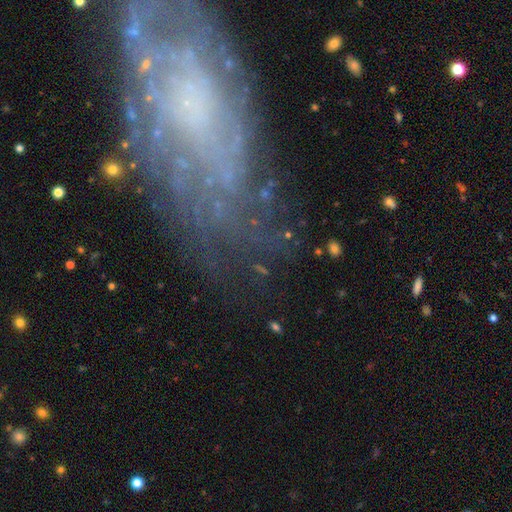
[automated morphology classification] This appears to be a featured or disk galaxy (69%) with no bar (79%), spiral arms (72%) and no central bulge (42%). Merging: none (69%).